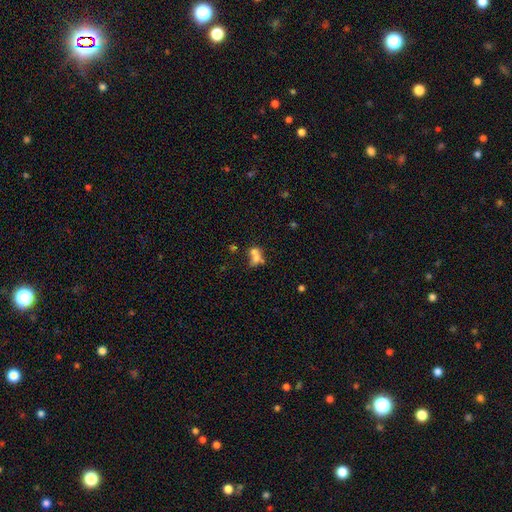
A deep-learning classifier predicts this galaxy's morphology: Q: Smooth or featured?
A: smooth (62%); runner-up: featured or disk (24%)
Q: How rounded?
A: in between (54%); runner-up: round (42%)
Q: Merging?
A: merger (62%); runner-up: none (23%)